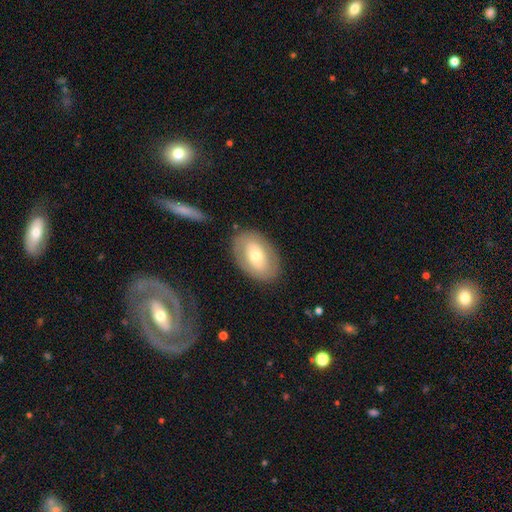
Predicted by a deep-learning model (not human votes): Overall: smooth (50%; featured or disk 43%). How rounded: in between (87%). Merging: none (82%).